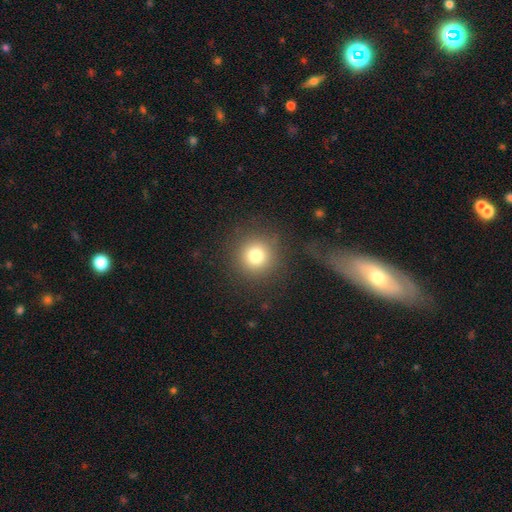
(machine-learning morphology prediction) This is likely a smooth galaxy (77%). How rounded: clearly round (94%). Merging: clearly none (86%).